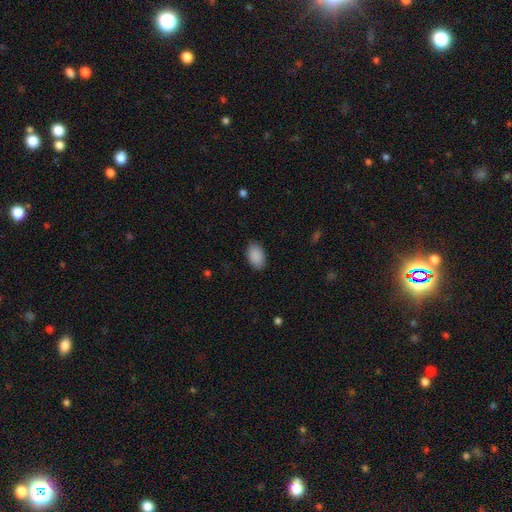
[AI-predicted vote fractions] Smooth or featured?
  - smooth: 90% *
  - star or artifact: 7%
  - featured or disk: 3%
How rounded?
  - in between: 91% *
  - round: 8%
  - cigar-shaped: 1%
Merging?
  - none: 88% *
  - minor disturbance: 9%
  - major disturbance: 2%
  - merger: 1%